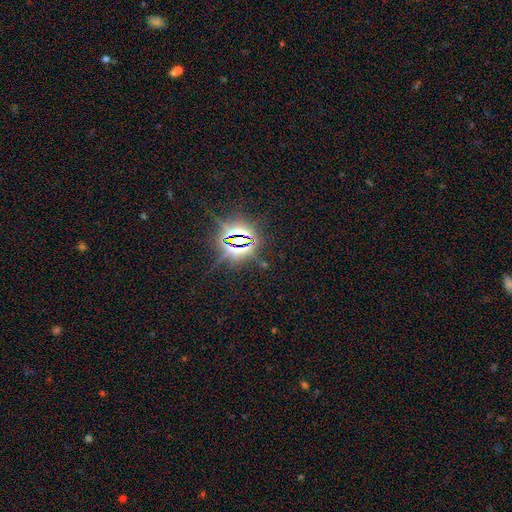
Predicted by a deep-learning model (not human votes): star or artifact 85%, smooth 9%, featured or disk 6%.